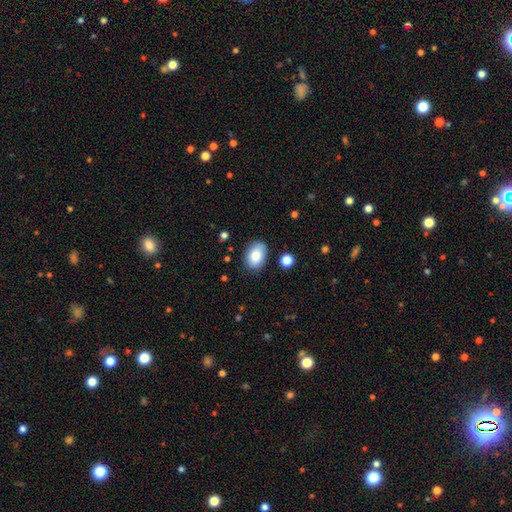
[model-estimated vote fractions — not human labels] A smooth galaxy with no disk features (86%) that is in between round and cigar-shaped (86%).

Vote fractions:
- Smooth or featured? smooth: 86% / star or artifact: 7% / featured or disk: 7%
- How rounded? in between: 86% / round: 13% / cigar-shaped: 1%
- Merging? none: 80% / minor disturbance: 14% / major disturbance: 3% / merger: 2%